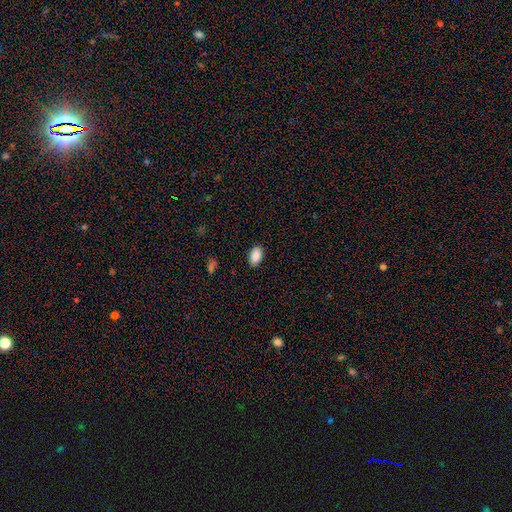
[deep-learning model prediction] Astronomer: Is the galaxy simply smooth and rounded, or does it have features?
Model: smooth — 89%.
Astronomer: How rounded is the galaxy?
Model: in between — 93%.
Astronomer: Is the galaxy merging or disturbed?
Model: none — 88%.